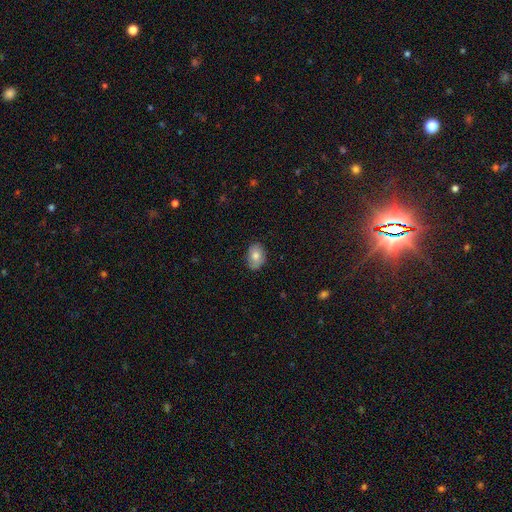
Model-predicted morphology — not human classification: type=smooth (78%); roundness=in between (81%); merging=none (83%).